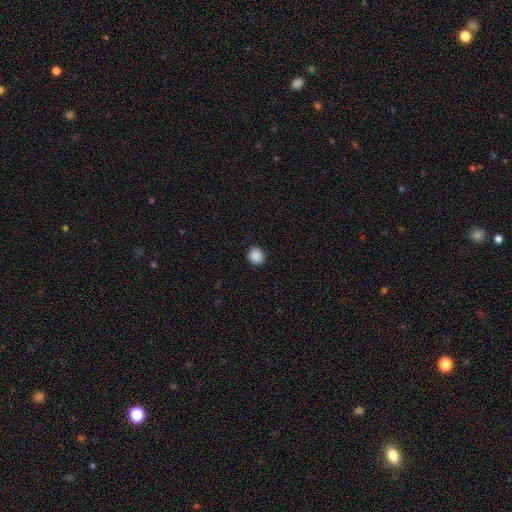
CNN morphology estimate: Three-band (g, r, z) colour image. It shows a smooth galaxy with no disk features (89%) that is round (69%). Merging: none (91%).